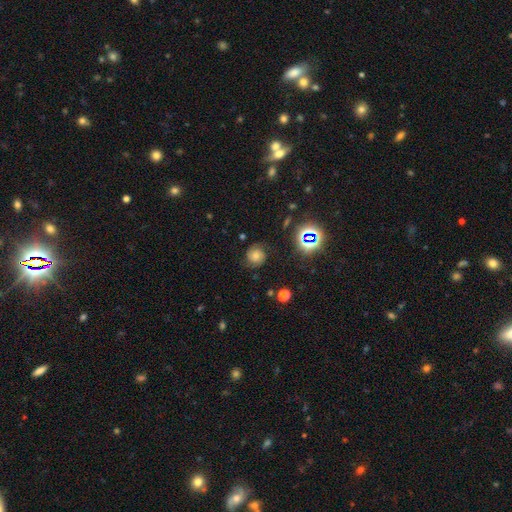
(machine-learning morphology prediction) Smooth or featured? Predicted: featured or disk (p=0.45). Merging? Predicted: none (p=0.76).